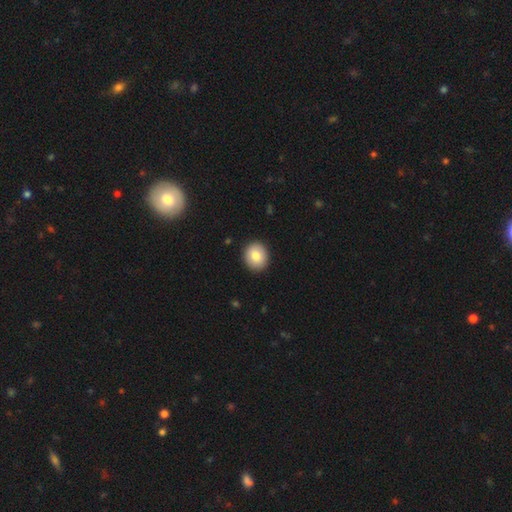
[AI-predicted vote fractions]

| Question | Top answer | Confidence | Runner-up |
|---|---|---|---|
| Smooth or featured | smooth | 81% | featured or disk (11%) |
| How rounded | round | 77% | in between (23%) |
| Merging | none | 91% | minor disturbance (6%) |